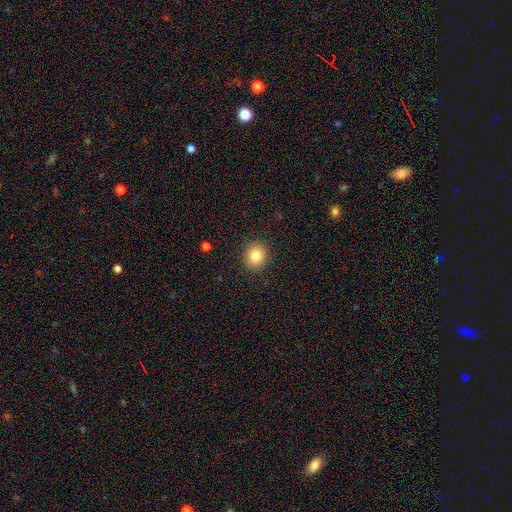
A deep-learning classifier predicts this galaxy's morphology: This is clearly a smooth galaxy (83%). How rounded: likely round (73%). Merging: clearly none (90%).